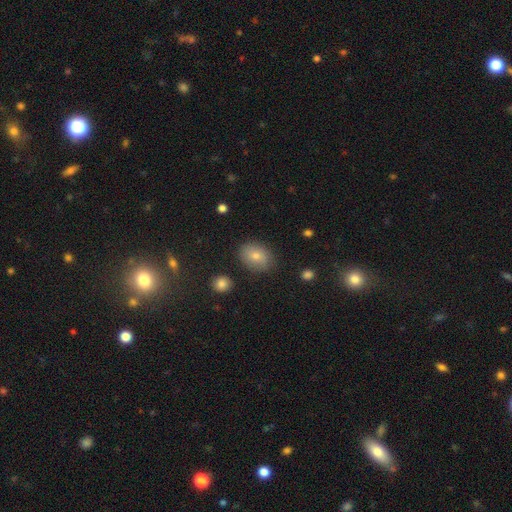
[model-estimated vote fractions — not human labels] smooth_or_featured: smooth (p=0.71) [alt: featured or disk p=0.15]
how_rounded: in between (p=0.66) [alt: round p=0.33]
merging: none (p=0.83) [alt: minor disturbance p=0.12]